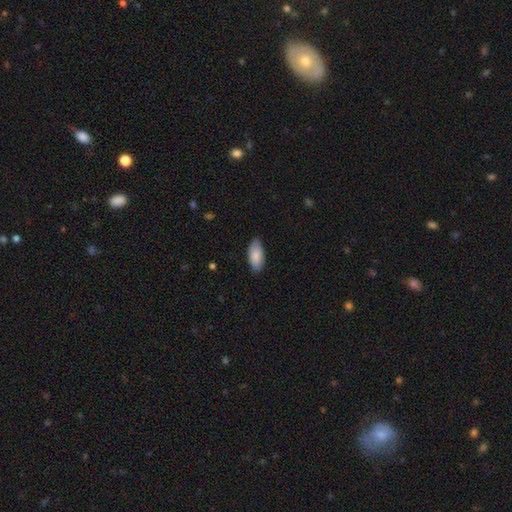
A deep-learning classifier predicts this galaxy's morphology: smooth 86%, featured or disk 8%, star or artifact 6%. Down the decision tree: how rounded — in between (91%); merging — none (84%).